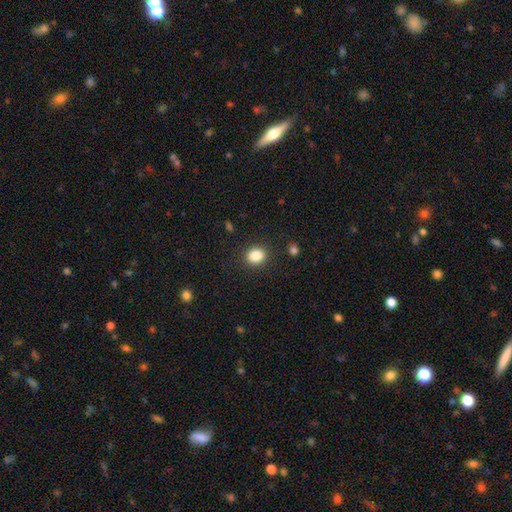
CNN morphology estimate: smooth 86%, star or artifact 10%, featured or disk 4%. Down the decision tree: how rounded — round (62%); merging — none (88%).